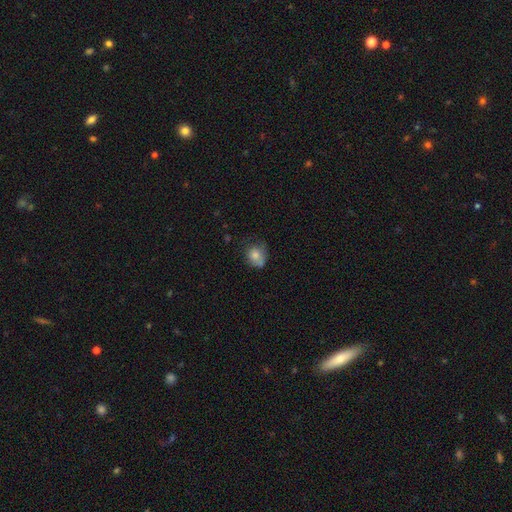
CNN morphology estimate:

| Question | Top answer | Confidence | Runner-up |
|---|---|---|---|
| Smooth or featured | smooth | 75% | featured or disk (16%) |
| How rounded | round | 68% | in between (31%) |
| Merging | none | 47% | minor disturbance (30%) |